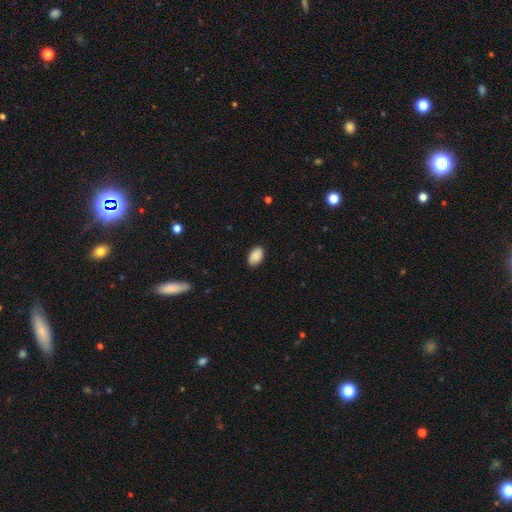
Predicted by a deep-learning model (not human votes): A smooth galaxy with no disk features (90%) that is in between round and cigar-shaped (92%).

Vote fractions:
- Smooth or featured? smooth: 90% / star or artifact: 7% / featured or disk: 4%
- How rounded? in between: 92% / round: 7% / cigar-shaped: 1%
- Merging? none: 87% / minor disturbance: 10% / major disturbance: 2% / merger: 1%